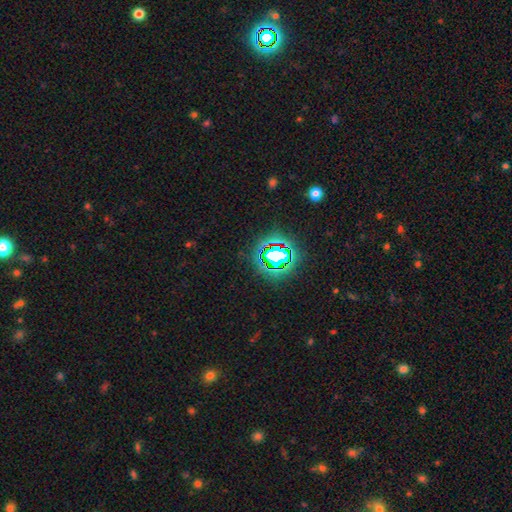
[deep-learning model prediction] Smooth or featured? Predicted: star or artifact (p=0.79).